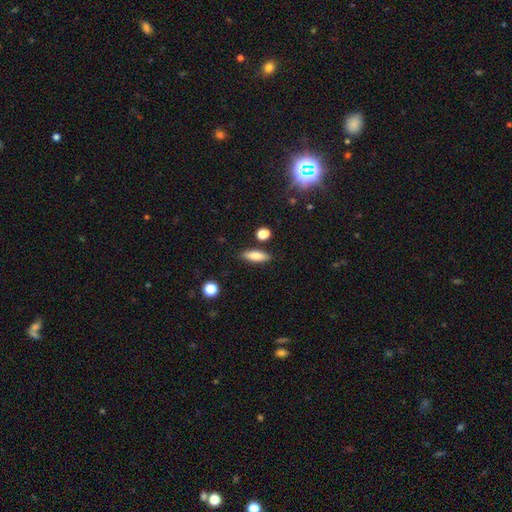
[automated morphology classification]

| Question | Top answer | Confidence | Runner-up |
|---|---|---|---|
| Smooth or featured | smooth | 79% | featured or disk (13%) |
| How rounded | cigar-shaped | 49% | in between (48%) |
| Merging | none | 84% | minor disturbance (10%) |